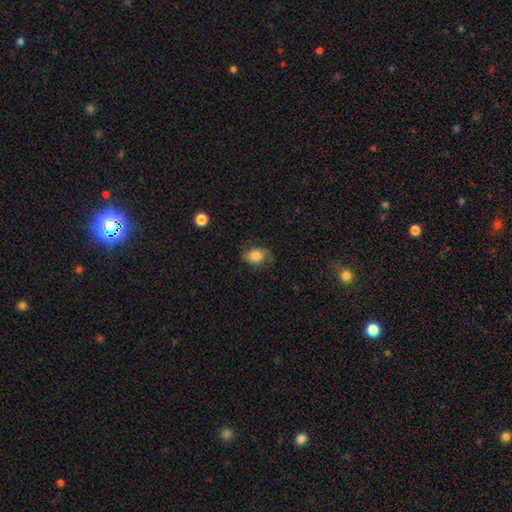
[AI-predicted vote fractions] smooth_or_featured: smooth (p=0.76) [alt: featured or disk p=0.15]
how_rounded: in between (p=0.80) [alt: round p=0.18]
merging: none (p=0.67) [alt: minor disturbance p=0.23]